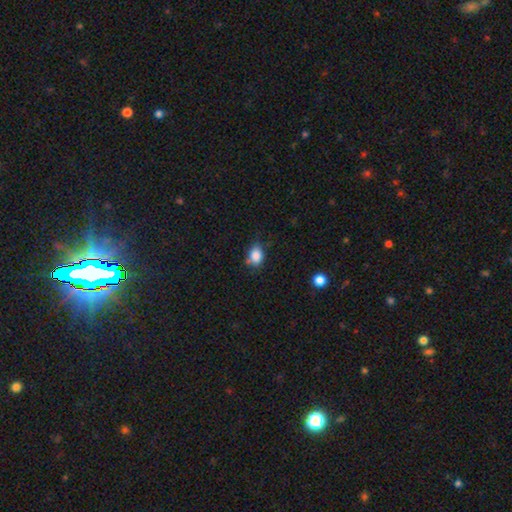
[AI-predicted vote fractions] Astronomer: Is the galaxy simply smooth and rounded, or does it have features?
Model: smooth — 85%.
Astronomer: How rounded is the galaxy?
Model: in between — 68%.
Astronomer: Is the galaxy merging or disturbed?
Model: none — 60%.